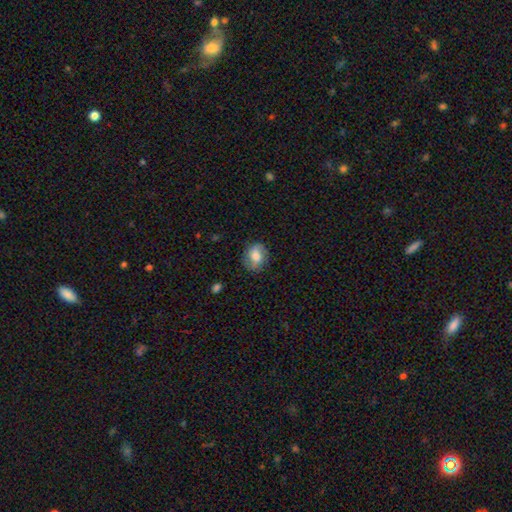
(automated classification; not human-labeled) smooth 59%, featured or disk 33%, star or artifact 9%. Down the decision tree: how rounded — round (55%); merging — none (74%).